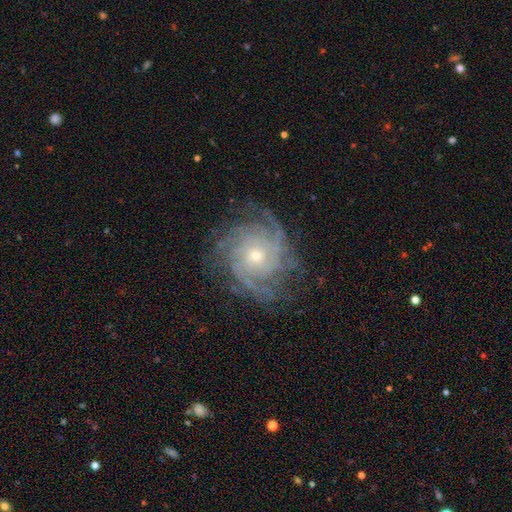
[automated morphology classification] Smooth or featured? Predicted: featured or disk (p=0.87). Edge-on disk? Predicted: no (p=0.97). Bar? Predicted: no (p=0.79). Spiral arms? Predicted: yes (p=0.97). Spiral winding? Predicted: tight (p=0.67). Spiral arm count? Predicted: can't tell (p=0.24, tied with 4). Bulge size? Predicted: small (p=0.66). Merging? Predicted: none (p=0.75).